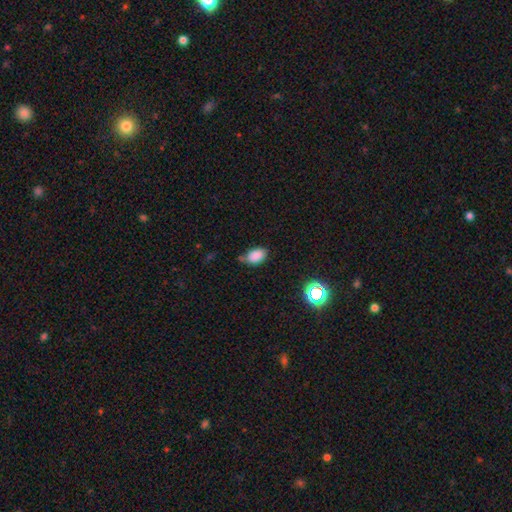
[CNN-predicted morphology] type=smooth (84%); roundness=in between (87%); merging=none (64%).